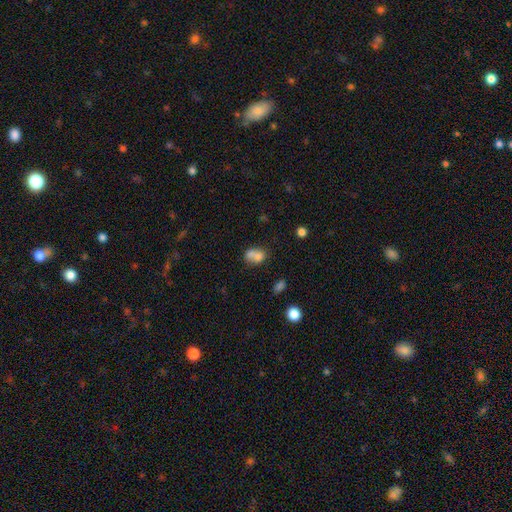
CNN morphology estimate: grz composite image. It shows a smooth galaxy with no disk features (72%) that is in between round and cigar-shaped (54%). Merging: merger (56%).